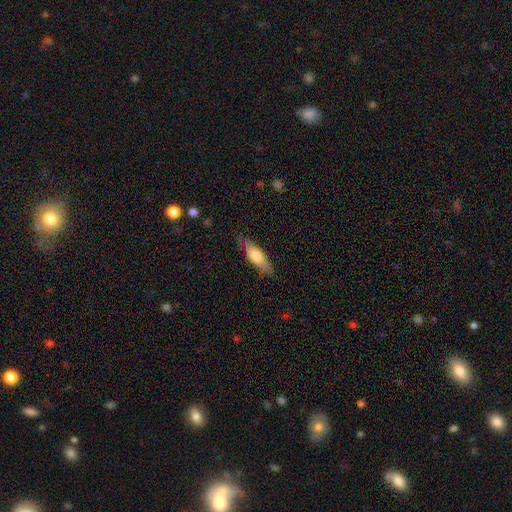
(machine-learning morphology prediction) Q: Smooth or featured?
A: smooth (64%); runner-up: featured or disk (30%)
Q: How rounded?
A: cigar-shaped (51%); runner-up: in between (47%)
Q: Merging?
A: none (80%); runner-up: minor disturbance (15%)